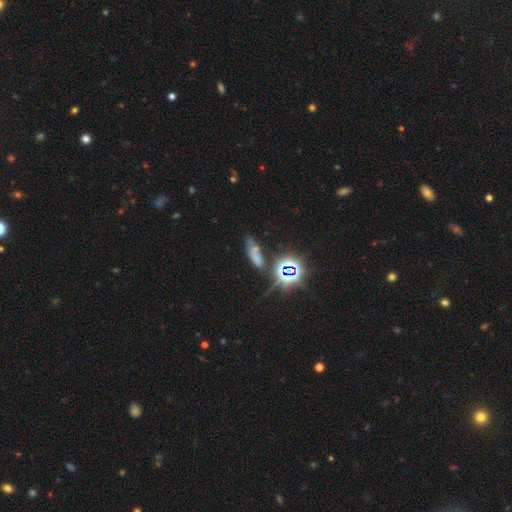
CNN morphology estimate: smooth-or-featured: smooth: 51% | star or artifact: 32% | featured or disk: 17%
  how-rounded: in between: 53% | cigar-shaped: 39% | round: 9%
  merging: none: 45% | minor disturbance: 22% | merger: 18% | major disturbance: 15%